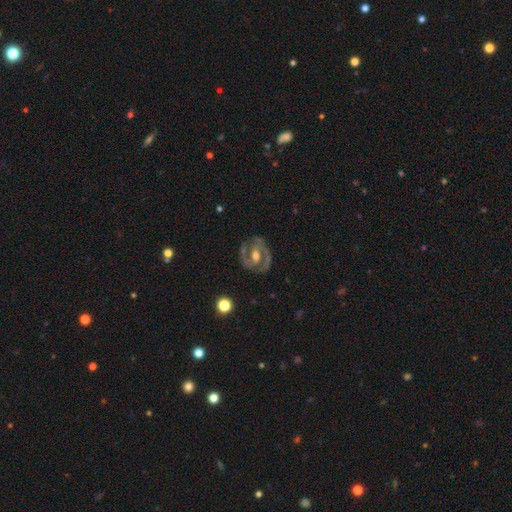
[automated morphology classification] A featured or disk galaxy (85%) with a weak bar (42%), 2 (89%) medium (50%) spiral arms (91%) and a moderate central bulge (66%).

Vote fractions:
- Smooth or featured? featured or disk: 85% / smooth: 10% / star or artifact: 5%
- Edge-on disk? no: 97% / yes: 3%
- Bar? weak: 42% / strong: 32% / no: 25%
- Spiral arms? yes: 91% / no: 9%
- Spiral winding? medium: 50% / tight: 40% / loose: 10%
- Spiral arm count? 2: 89% / can't tell: 4% / 1: 3% / 3: 2% / 4: 1% / more than 4: 1%
- Bulge size? moderate: 66% / small: 22% / large: 8% / none: 2% / dominant: 1%
- Merging? none: 80% / minor disturbance: 13% / major disturbance: 5% / merger: 2%